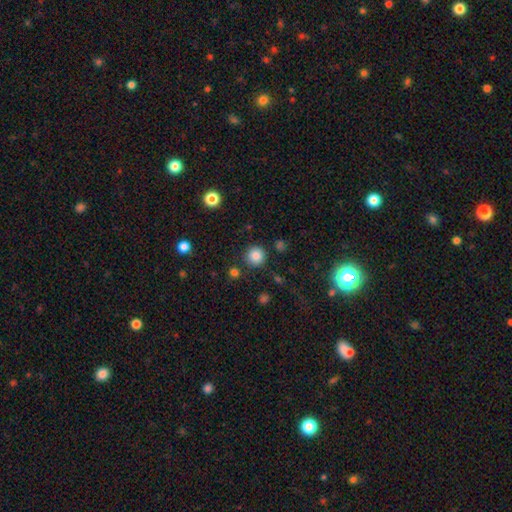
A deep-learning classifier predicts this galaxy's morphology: Smooth or featured?
  - smooth: 84% *
  - star or artifact: 11%
  - featured or disk: 5%
How rounded?
  - round: 94% *
  - in between: 5%
  - cigar-shaped: 1%
Merging?
  - none: 87% *
  - minor disturbance: 7%
  - merger: 4%
  - major disturbance: 3%